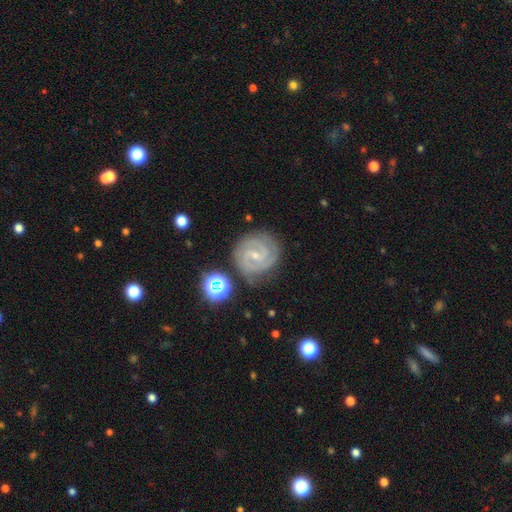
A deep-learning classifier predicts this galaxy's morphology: Smooth or featured: featured or disk — 89% (star or artifact — 6%)
Edge-on disk: no — 98% (yes — 2%)
Bar: weak — 50% (no — 31%)
Spiral arms: yes — 98% (no — 2%)
Spiral winding: tight — 70% (medium — 27%)
Spiral arm count: 2 — 64% (3 — 20%)
Bulge size: small — 75% (moderate — 20%)
Merging: none — 79% (minor disturbance — 14%)